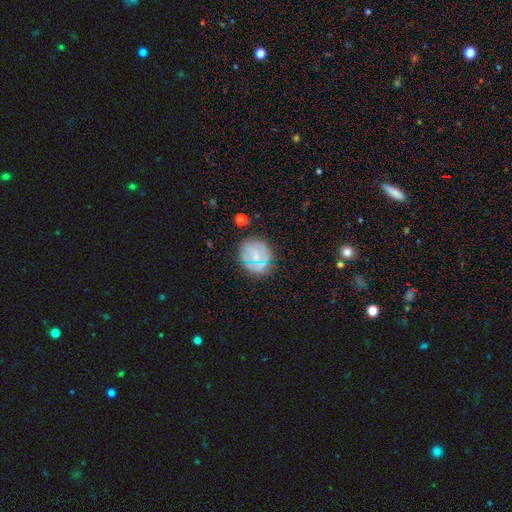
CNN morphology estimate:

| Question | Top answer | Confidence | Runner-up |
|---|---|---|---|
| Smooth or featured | smooth | 66% | star or artifact (19%) |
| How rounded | round | 83% | in between (15%) |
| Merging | none | 81% | minor disturbance (12%) |